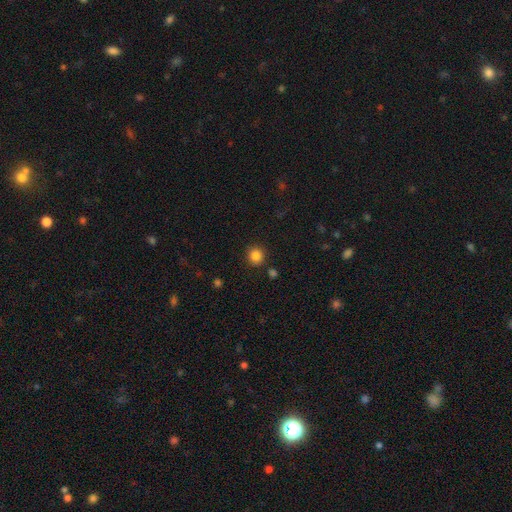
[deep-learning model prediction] Smooth or featured?
  - smooth: 85% *
  - star or artifact: 11%
  - featured or disk: 4%
How rounded?
  - round: 90% *
  - in between: 9%
  - cigar-shaped: 1%
Merging?
  - none: 88% *
  - minor disturbance: 7%
  - merger: 3%
  - major disturbance: 2%